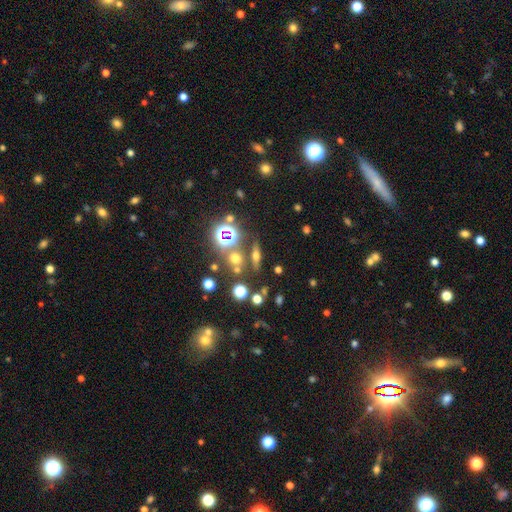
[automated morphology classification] Q: Smooth or featured?
A: smooth (36%); runner-up: featured or disk (35%)
Q: Merging?
A: none (77%); runner-up: minor disturbance (9%)